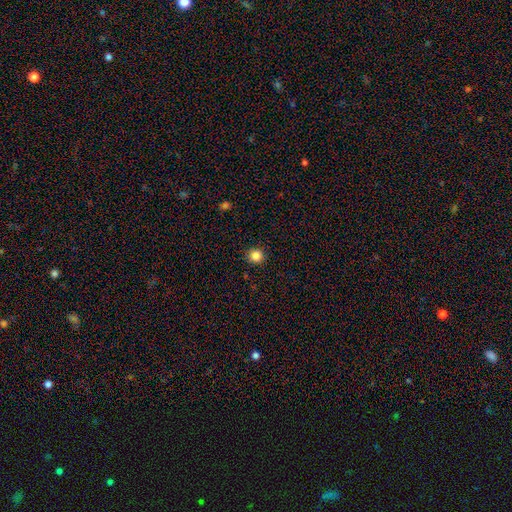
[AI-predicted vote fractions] This is clearly a smooth galaxy (85%). How rounded: clearly round (94%). Merging: clearly none (92%).